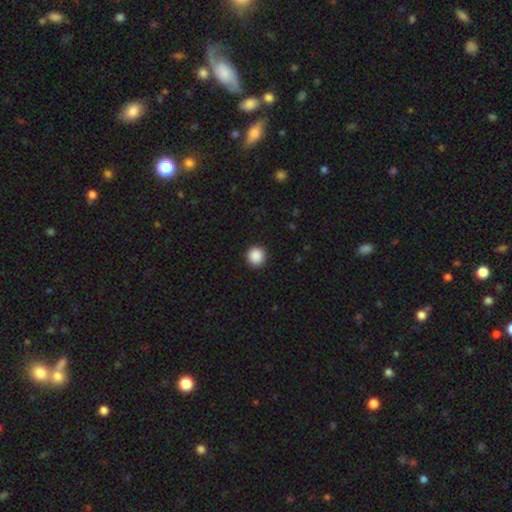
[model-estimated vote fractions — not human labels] A smooth galaxy with no disk features (89%) that is round (95%). Merging: none (92%).